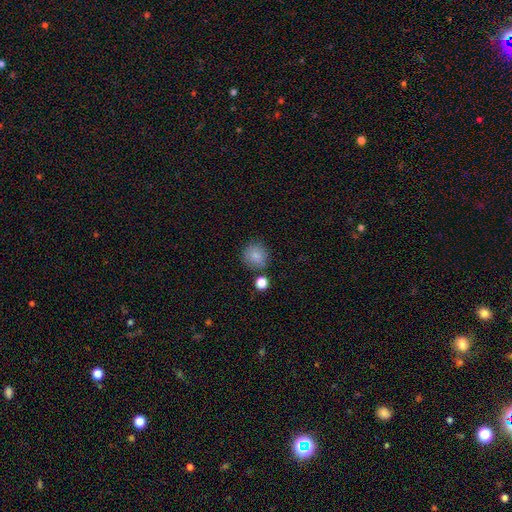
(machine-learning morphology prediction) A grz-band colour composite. It shows a smooth galaxy with no disk features (86%) that is round (89%). Merging: none (77%).